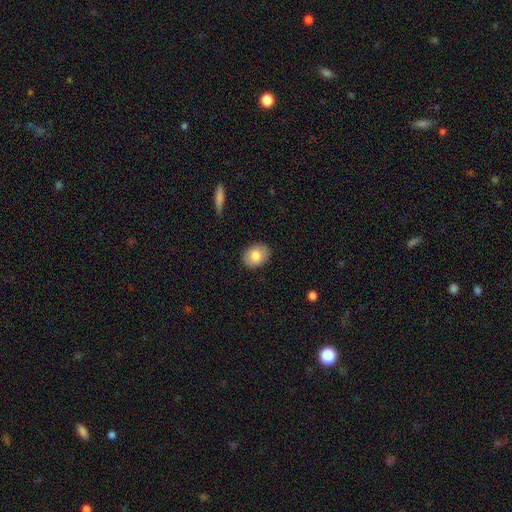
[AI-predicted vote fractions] Smooth or featured? Predicted: smooth (p=0.79). How rounded? Predicted: in between (p=0.67). Merging? Predicted: none (p=0.88).